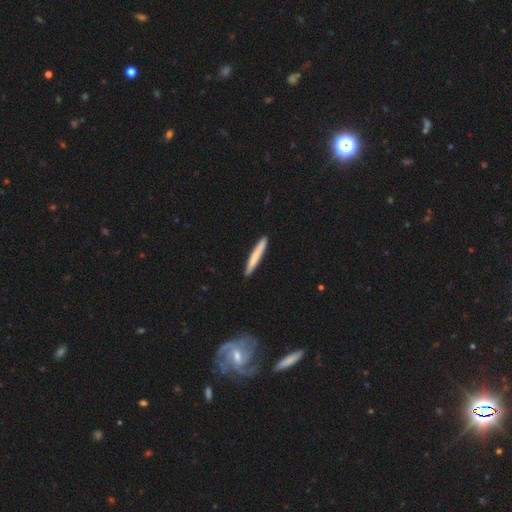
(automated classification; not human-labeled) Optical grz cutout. It shows a smooth galaxy with no disk features (75%) that is cigar-shaped (96%). Merging: none (91%).